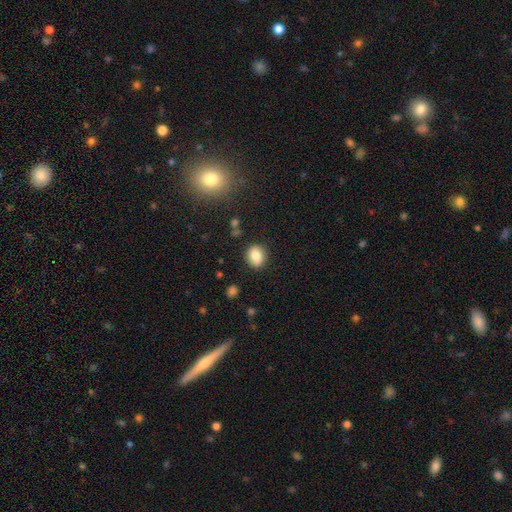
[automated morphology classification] smooth_or_featured: smooth (p=0.82) [alt: star or artifact p=0.09]
how_rounded: round (p=0.59) [alt: in between p=0.40]
merging: none (p=0.85) [alt: minor disturbance p=0.10]